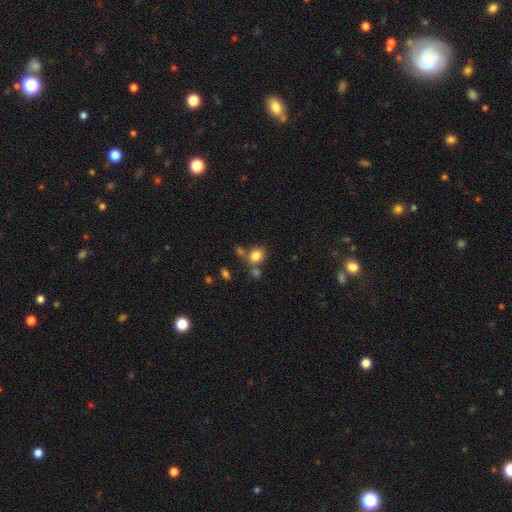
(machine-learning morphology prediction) smooth 81%, star or artifact 11%, featured or disk 7%. Down the decision tree: how rounded — round (66%); merging — none (60%).